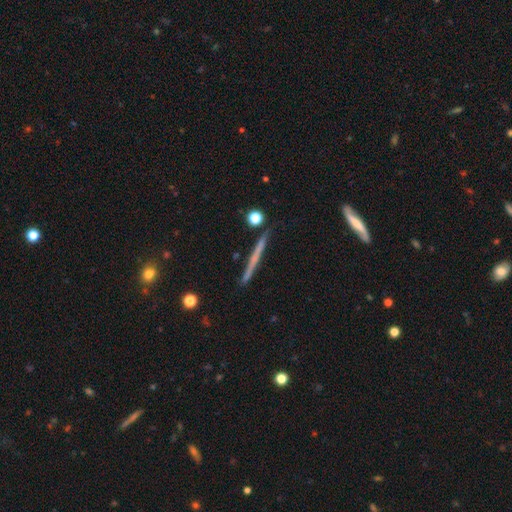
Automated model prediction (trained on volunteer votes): Q: Smooth or featured?
A: featured or disk (55%); runner-up: smooth (39%)
Q: Edge-on disk?
A: yes (97%); runner-up: no (3%)
Q: Edge-on bulge?
A: none (85%); runner-up: rounded (10%)
Q: Merging?
A: none (89%); runner-up: minor disturbance (7%)